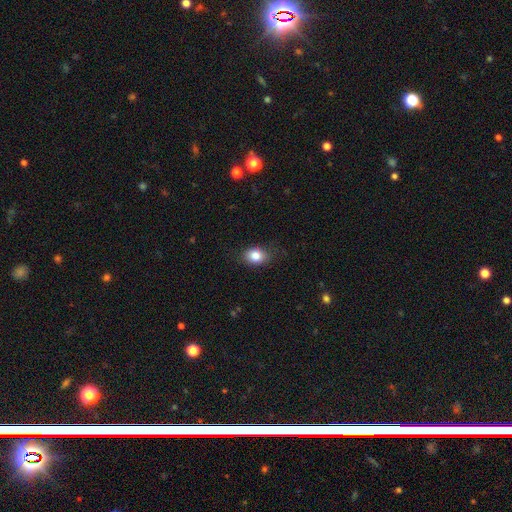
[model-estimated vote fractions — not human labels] Smooth or featured? Predicted: smooth (p=0.82). How rounded? Predicted: in between (p=0.65). Merging? Predicted: none (p=0.81).